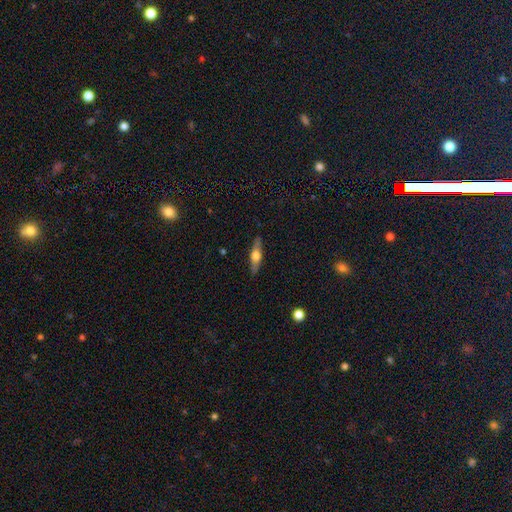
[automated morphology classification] Smooth or featured? featured or disk (54%)
Edge-on disk? yes (91%)
Merging? none (88%)